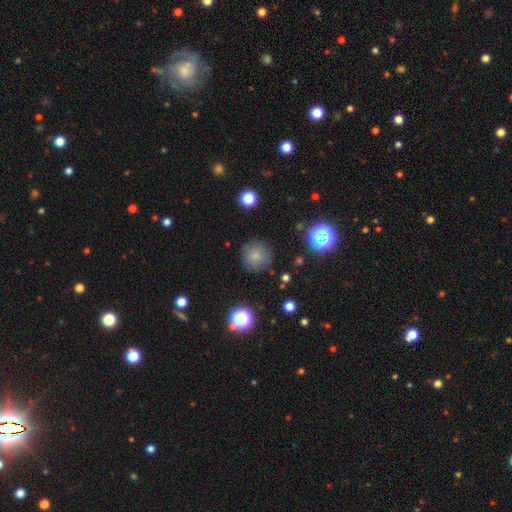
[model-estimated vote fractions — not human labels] Overall: smooth (76%). How rounded: round (94%). Merging: none (83%).